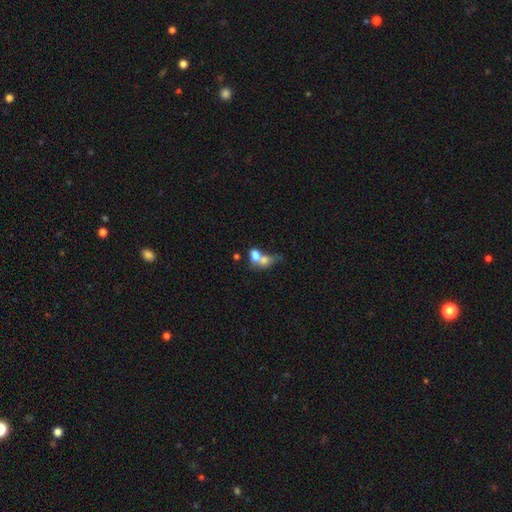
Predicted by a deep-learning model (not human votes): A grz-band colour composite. It shows a smooth galaxy with no disk features (69%) that is in between round and cigar-shaped (65%). Merging: merger (71%).